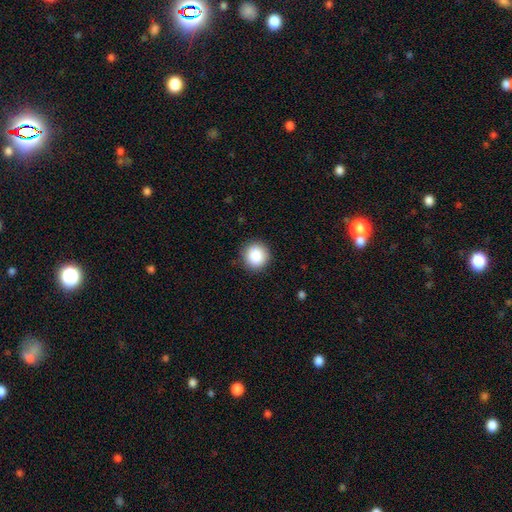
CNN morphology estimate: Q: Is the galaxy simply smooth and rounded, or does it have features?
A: smooth — 88%.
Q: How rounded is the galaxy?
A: round — 92%.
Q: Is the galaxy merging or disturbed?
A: none — 90%.